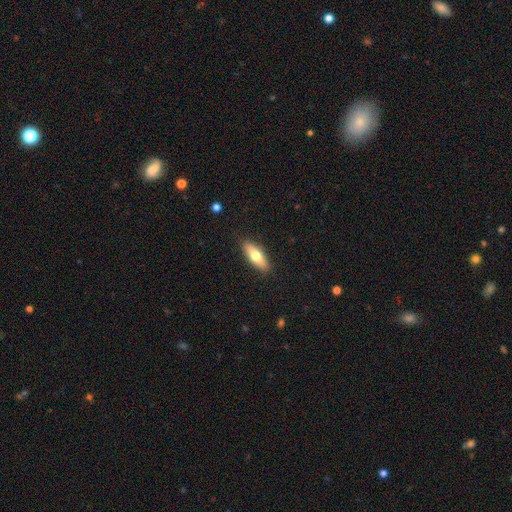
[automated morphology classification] smooth 67%, featured or disk 27%, star or artifact 6%. Down the decision tree: how rounded — in between (65%); merging — none (89%).